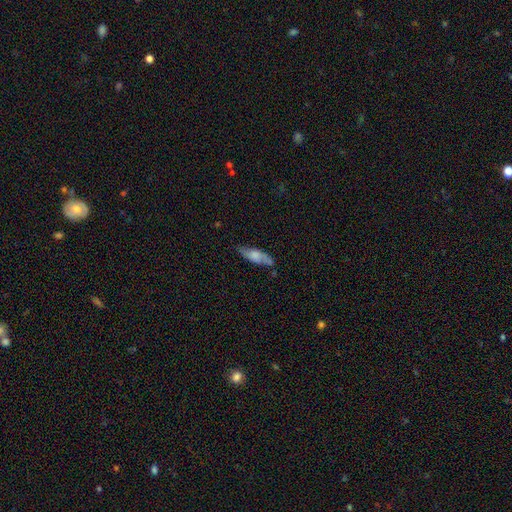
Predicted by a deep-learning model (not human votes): Smooth or featured? Predicted: smooth (p=0.59). How rounded? Predicted: in between (p=0.53). Merging? Predicted: none (p=0.68).